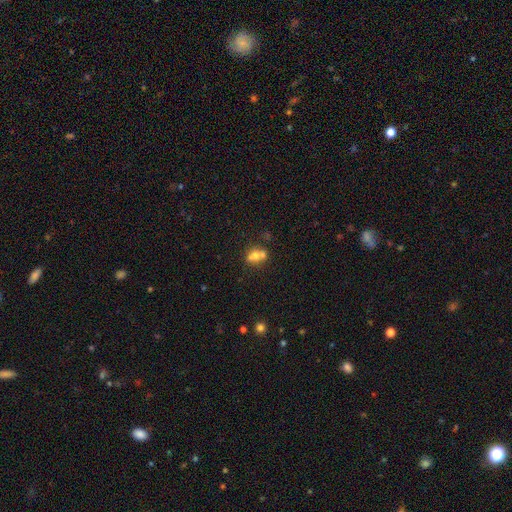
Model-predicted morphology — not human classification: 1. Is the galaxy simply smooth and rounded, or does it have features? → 62% smooth, 25% featured or disk, 13% star or artifact.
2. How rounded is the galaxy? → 57% round, 41% in between, 2% cigar-shaped.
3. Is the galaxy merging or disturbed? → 52% merger, 34% none, 9% minor disturbance, 4% major disturbance.